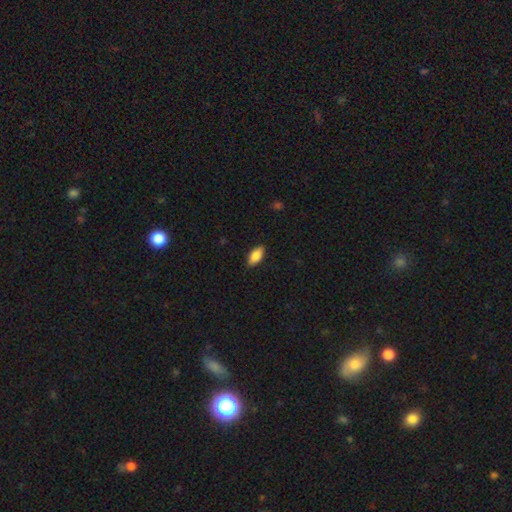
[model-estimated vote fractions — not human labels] This is clearly a smooth galaxy (85%). How rounded: clearly in between (89%). Merging: clearly none (88%).